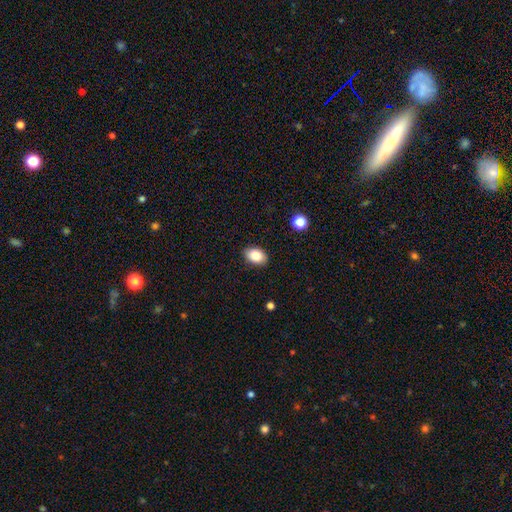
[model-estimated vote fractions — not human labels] smooth-or-featured: smooth: 87% | star or artifact: 8% | featured or disk: 5%
  how-rounded: in between: 82% | round: 17% | cigar-shaped: 1%
  merging: none: 87% | minor disturbance: 9% | major disturbance: 2% | merger: 1%